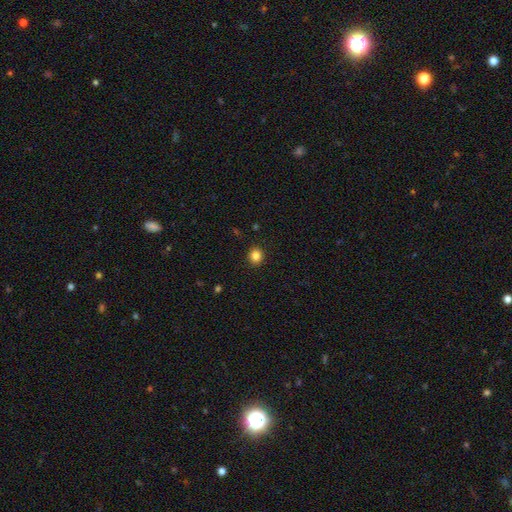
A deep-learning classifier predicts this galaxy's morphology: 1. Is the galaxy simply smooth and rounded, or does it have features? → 84% smooth, 11% star or artifact, 4% featured or disk.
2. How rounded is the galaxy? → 84% round, 15% in between, 1% cigar-shaped.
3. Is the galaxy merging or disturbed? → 92% none, 6% minor disturbance, 2% major disturbance, 1% merger.